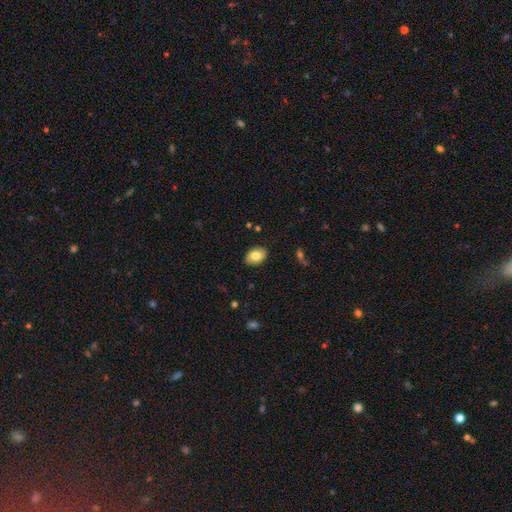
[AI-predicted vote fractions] A smooth galaxy with no disk features (79%) that is in between round and cigar-shaped (84%). Merging: none (87%).